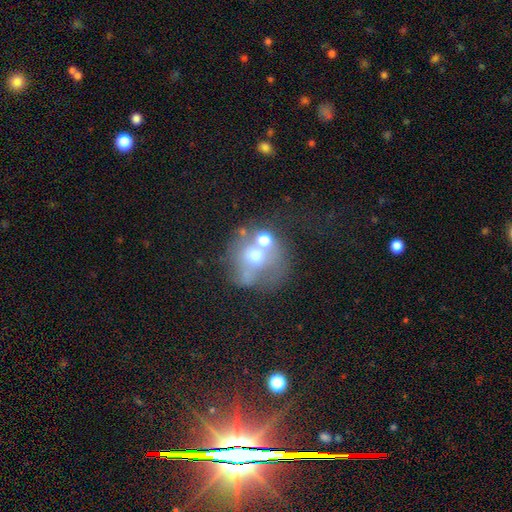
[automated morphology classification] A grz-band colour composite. It shows a smooth galaxy with no disk features (46%). Merging: merger (37%).